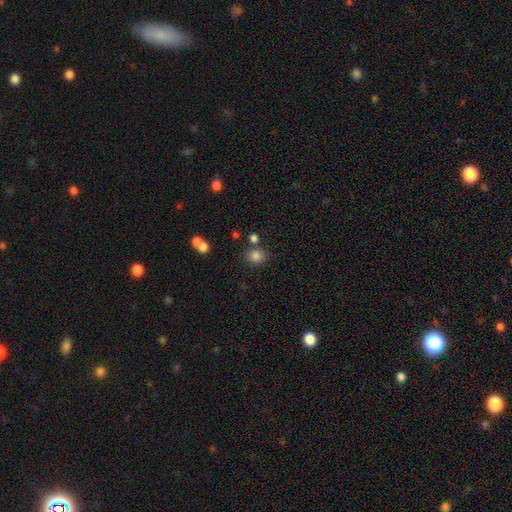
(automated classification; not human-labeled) A smooth galaxy with no disk features (82%) that is round (68%). Merging: none (71%).